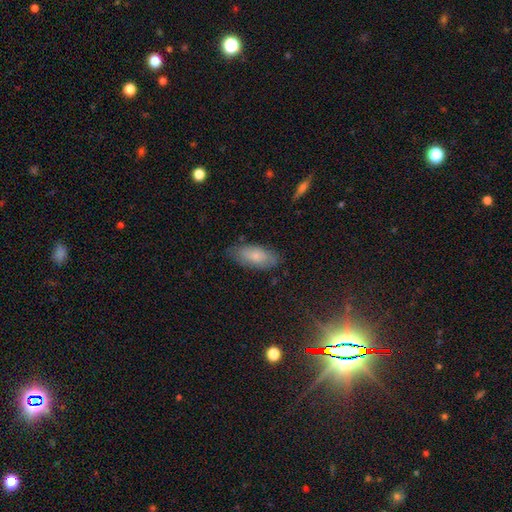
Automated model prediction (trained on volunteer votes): Smooth or featured?
  - smooth: 75% *
  - featured or disk: 18%
  - star or artifact: 7%
How rounded?
  - in between: 86% *
  - cigar-shaped: 12%
  - round: 2%
Merging?
  - none: 75% *
  - minor disturbance: 19%
  - major disturbance: 4%
  - merger: 1%